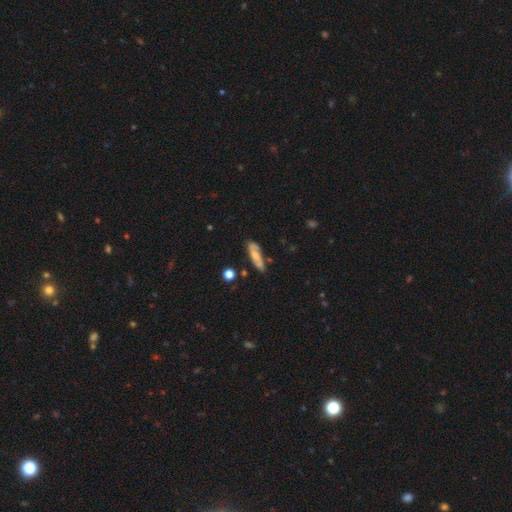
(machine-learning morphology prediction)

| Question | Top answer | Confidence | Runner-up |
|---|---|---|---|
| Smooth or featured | smooth | 49% | featured or disk (44%) |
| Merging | none | 67% | minor disturbance (21%) |